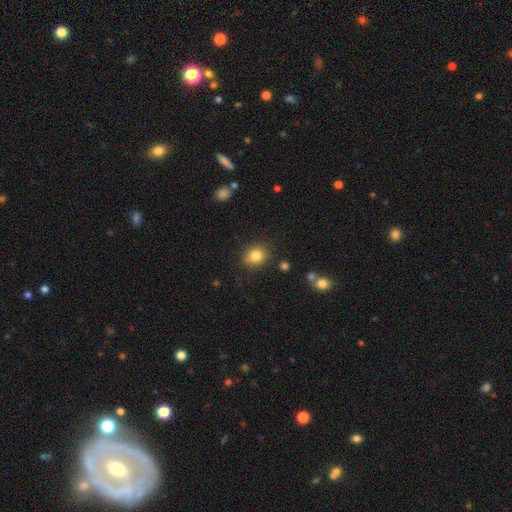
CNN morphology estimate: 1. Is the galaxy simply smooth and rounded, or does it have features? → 83% smooth, 11% star or artifact, 7% featured or disk.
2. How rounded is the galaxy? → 73% round, 26% in between, 1% cigar-shaped.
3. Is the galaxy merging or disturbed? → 83% none, 11% minor disturbance, 3% major disturbance, 3% merger.